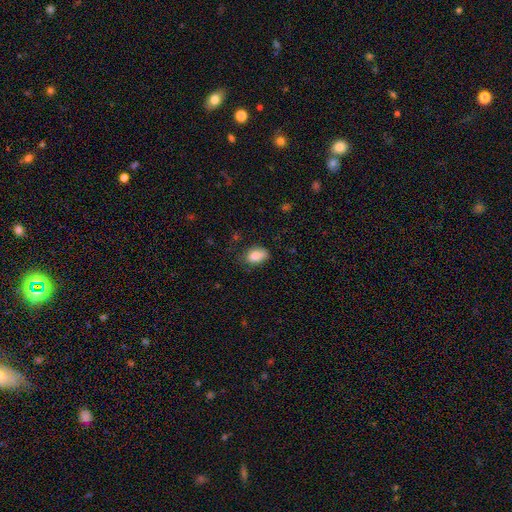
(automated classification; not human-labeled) A smooth galaxy with no disk features (86%) that is in between round and cigar-shaped (88%). Merging: none (67%).